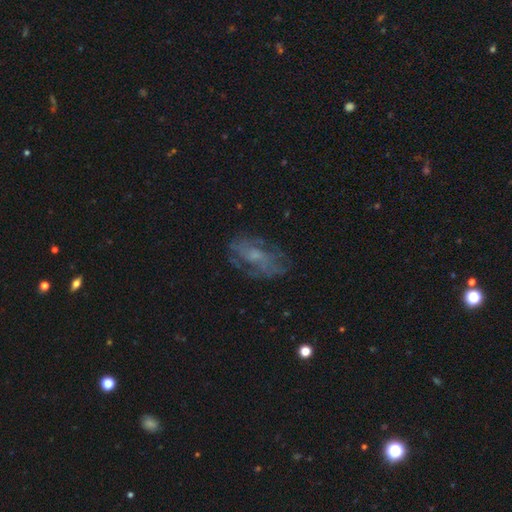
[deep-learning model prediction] Overall: featured or disk (63%; smooth 24%). Edge-on disk: no (94%). Bar: no (67%; weak 28%). Spiral arms: yes (65%; no 35%). Bulge size: small (49%; moderate 29%). Merging: none (65%).